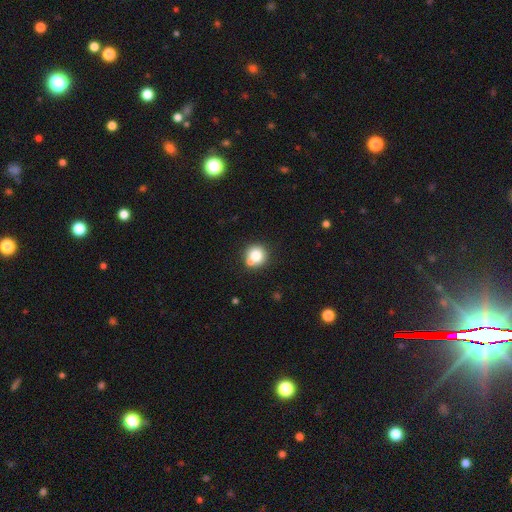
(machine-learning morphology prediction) smooth_or_featured: smooth (p=0.78) [alt: featured or disk p=0.12]
how_rounded: round (p=0.91) [alt: in between p=0.08]
merging: none (p=0.65) [alt: merger p=0.22]